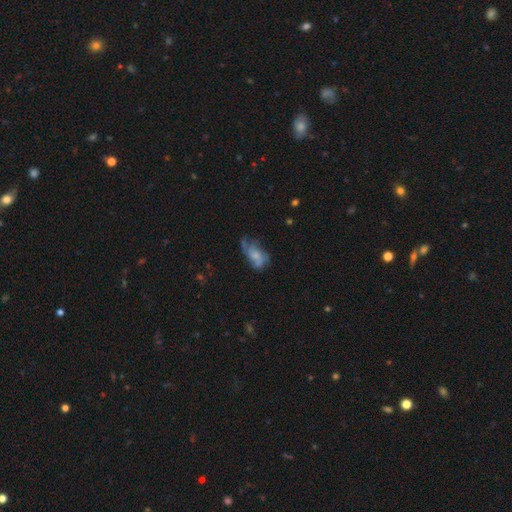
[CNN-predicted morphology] Smooth or featured? featured or disk (51%)
Edge-on disk? no (95%)
Merging? none (41%)